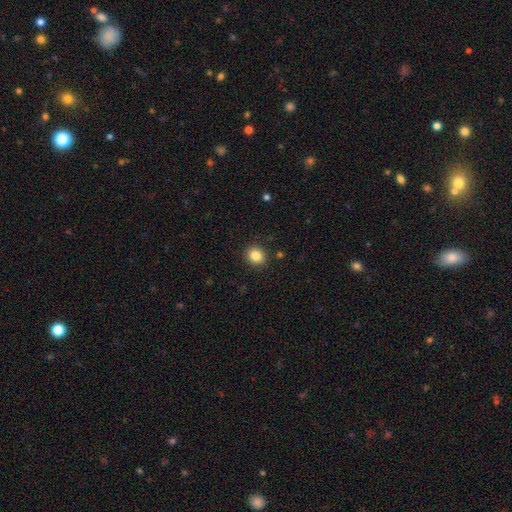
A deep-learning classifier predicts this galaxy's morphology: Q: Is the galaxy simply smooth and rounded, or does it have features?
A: smooth — 85%.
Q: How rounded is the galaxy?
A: round — 81%.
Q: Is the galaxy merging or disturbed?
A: none — 90%.